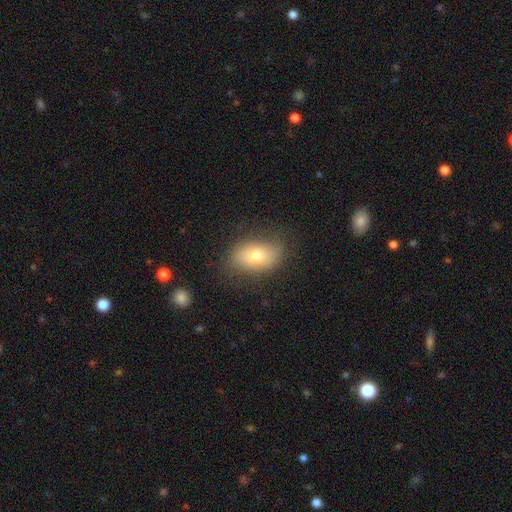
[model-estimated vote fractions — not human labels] smooth-or-featured: smooth: 72% | featured or disk: 19% | star or artifact: 9%
  how-rounded: in between: 87% | round: 11% | cigar-shaped: 2%
  merging: none: 76% | minor disturbance: 17% | major disturbance: 6% | merger: 1%